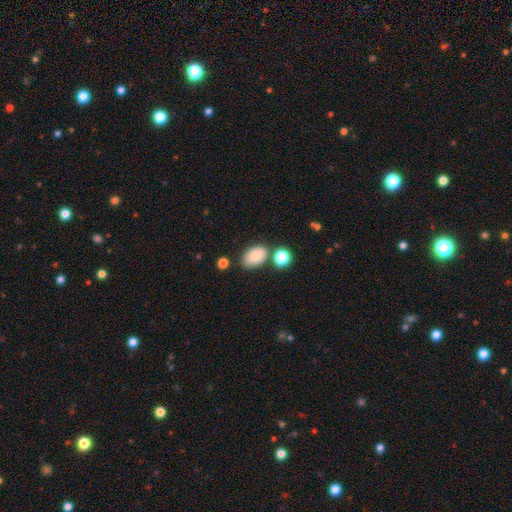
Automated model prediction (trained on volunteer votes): Q: Smooth or featured?
A: smooth (84%); runner-up: star or artifact (9%)
Q: How rounded?
A: in between (90%); runner-up: round (9%)
Q: Merging?
A: none (71%); runner-up: minor disturbance (15%)